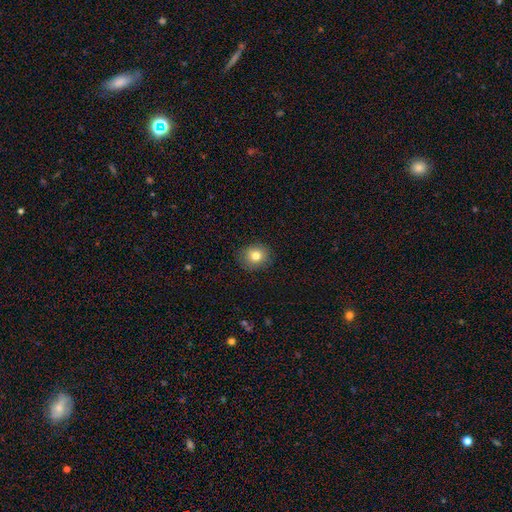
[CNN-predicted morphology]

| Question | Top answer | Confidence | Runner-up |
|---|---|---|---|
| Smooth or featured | smooth | 79% | star or artifact (11%) |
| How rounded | round | 76% | in between (23%) |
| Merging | none | 87% | minor disturbance (9%) |